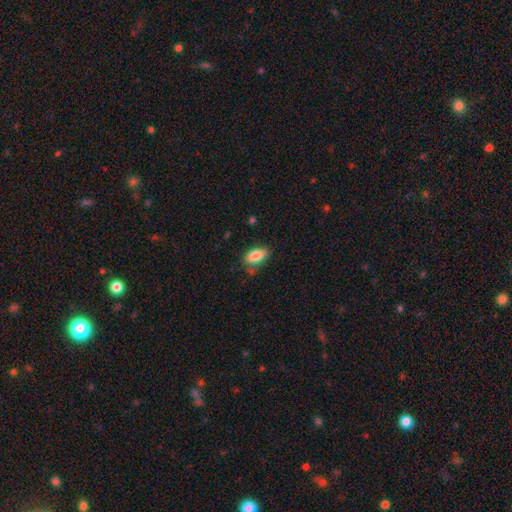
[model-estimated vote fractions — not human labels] smooth 84%, featured or disk 9%, star or artifact 7%. Down the decision tree: how rounded — in between (90%); merging — none (68%).